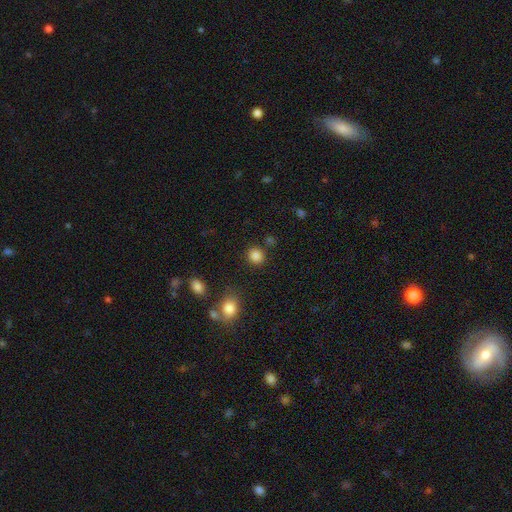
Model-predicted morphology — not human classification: A smooth galaxy with no disk features (86%) that is round (82%).

Vote fractions:
- Smooth or featured? smooth: 86% / star or artifact: 11% / featured or disk: 4%
- How rounded? round: 82% / in between: 17% / cigar-shaped: 1%
- Merging? none: 84% / minor disturbance: 8% / merger: 5% / major disturbance: 3%